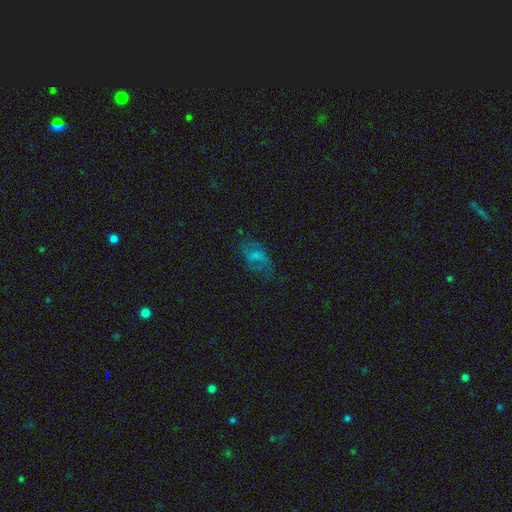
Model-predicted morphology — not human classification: Smooth or featured? featured or disk (42%)
Merging? none (61%)